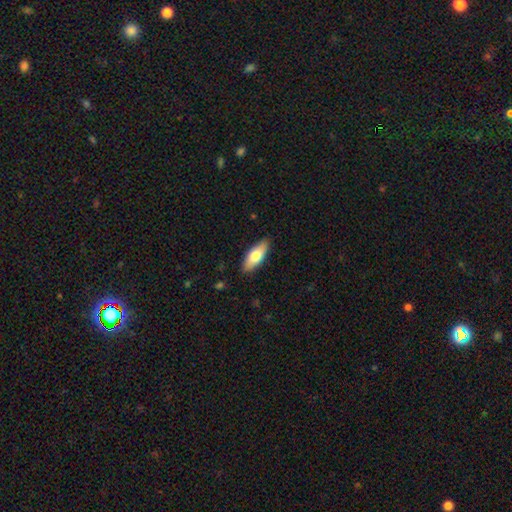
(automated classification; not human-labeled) This is likely a smooth galaxy (73%). How rounded: likely in between (75%). Merging: clearly none (88%).